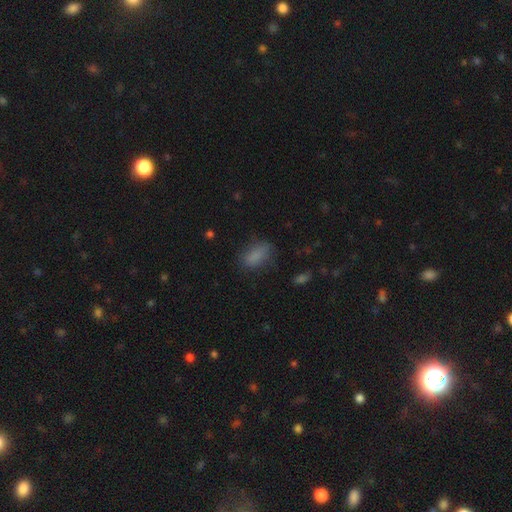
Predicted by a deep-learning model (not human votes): Smooth or featured? Predicted: smooth (p=0.82). How rounded? Predicted: in between (p=0.86). Merging? Predicted: none (p=0.68).